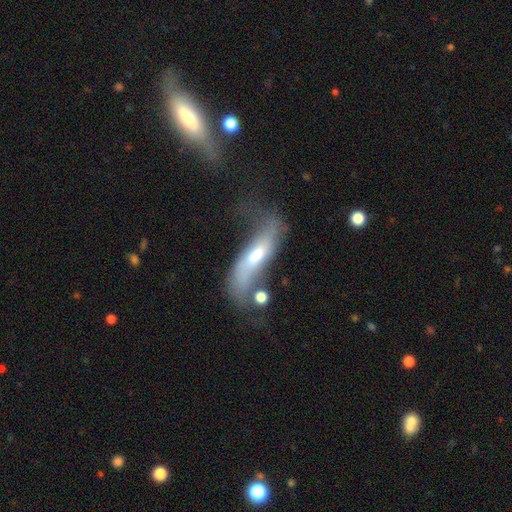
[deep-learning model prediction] Smooth or featured: featured or disk — 56% (smooth — 36%)
Edge-on disk: no — 73% (yes — 27%)
Merging: major disturbance — 33% (none — 29%)